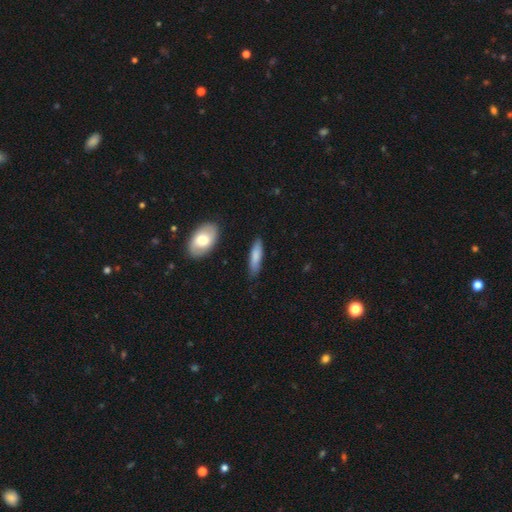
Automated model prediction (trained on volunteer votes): This is likely a smooth galaxy (79%). How rounded: likely cigar-shaped (65%). Merging: clearly none (81%).